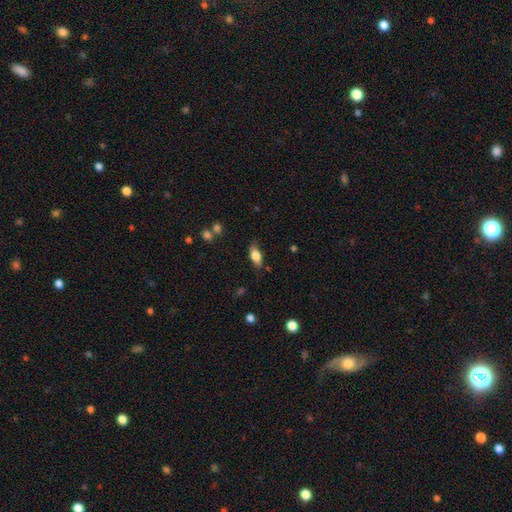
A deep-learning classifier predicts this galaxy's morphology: Smooth or featured? Predicted: smooth (p=0.79). How rounded? Predicted: in between (p=0.83). Merging? Predicted: none (p=0.78).